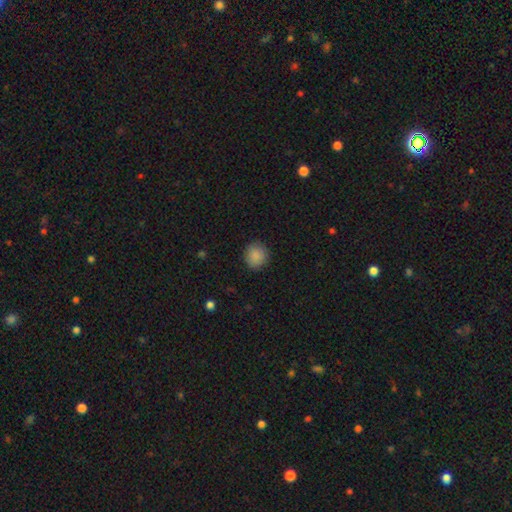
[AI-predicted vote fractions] A smooth galaxy with no disk features (88%) that is round (85%). Merging: none (89%).